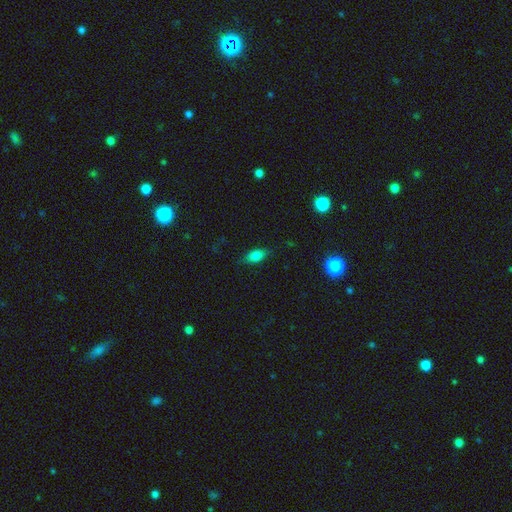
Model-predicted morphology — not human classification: smooth_or_featured: smooth (p=0.79) [alt: featured or disk p=0.11]
how_rounded: in between (p=0.85) [alt: cigar-shaped p=0.10]
merging: none (p=0.81) [alt: minor disturbance p=0.15]